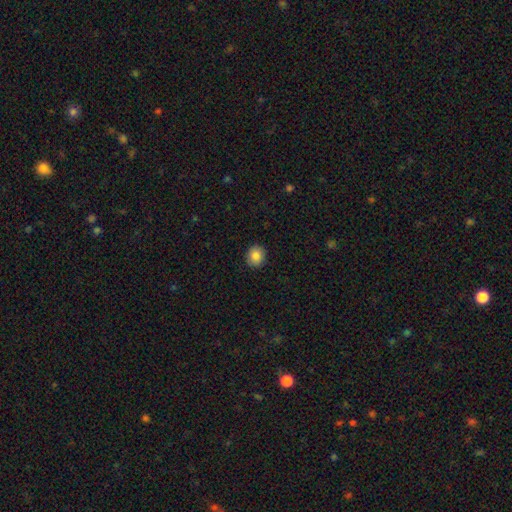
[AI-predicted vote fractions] Smooth or featured? Predicted: smooth (p=0.85). How rounded? Predicted: round (p=0.80). Merging? Predicted: none (p=0.91).